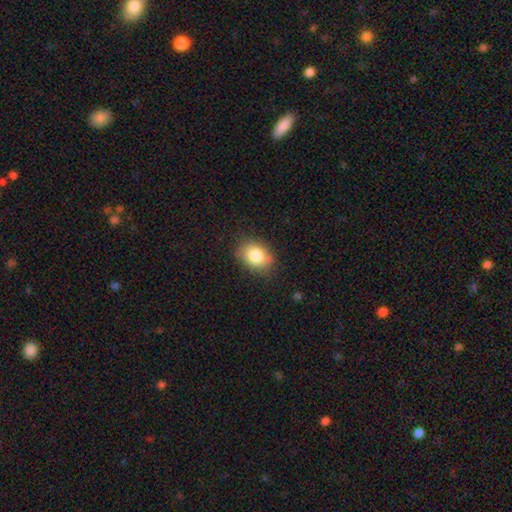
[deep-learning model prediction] Smooth or featured: smooth — 82% (featured or disk — 10%)
How rounded: in between — 71% (round — 28%)
Merging: none — 83% (minor disturbance — 13%)